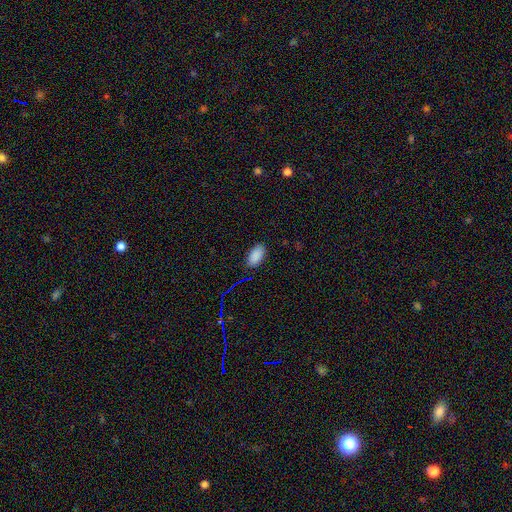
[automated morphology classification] type=smooth (86%); roundness=in between (94%); merging=none (85%).